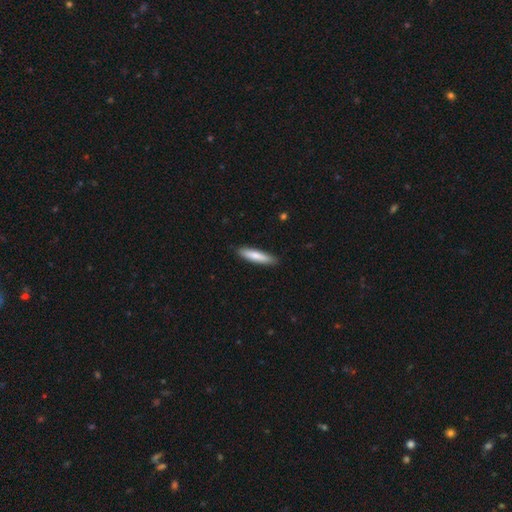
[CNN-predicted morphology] Smooth or featured?
  - smooth: 78% *
  - featured or disk: 17%
  - star or artifact: 5%
How rounded?
  - cigar-shaped: 82% *
  - in between: 17%
  - round: 1%
Merging?
  - none: 89% *
  - minor disturbance: 8%
  - major disturbance: 2%
  - merger: 1%